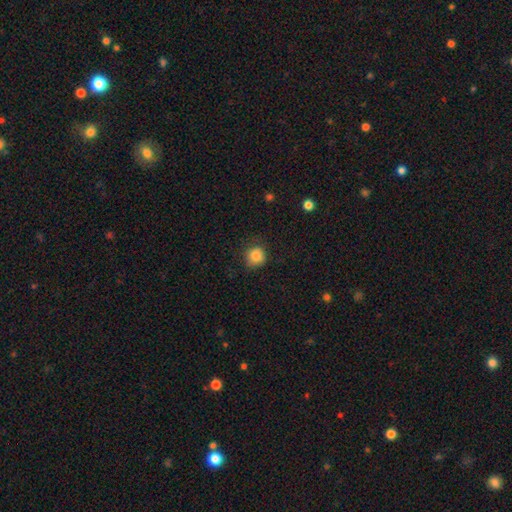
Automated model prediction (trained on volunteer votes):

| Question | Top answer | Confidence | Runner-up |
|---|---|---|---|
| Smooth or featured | smooth | 85% | star or artifact (10%) |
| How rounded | round | 88% | in between (11%) |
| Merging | none | 78% | minor disturbance (17%) |